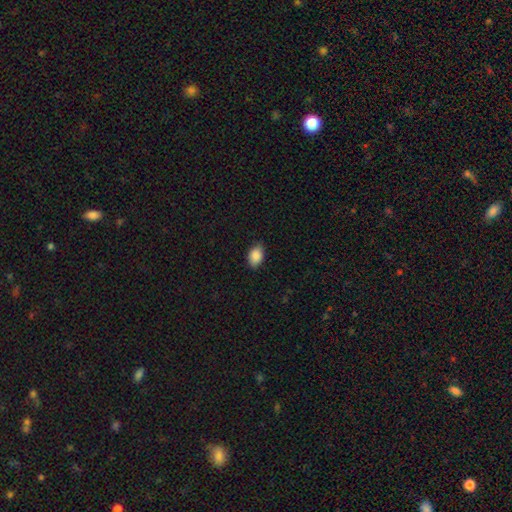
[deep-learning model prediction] Smooth or featured? smooth (89%)
How rounded? in between (86%)
Merging? none (82%)